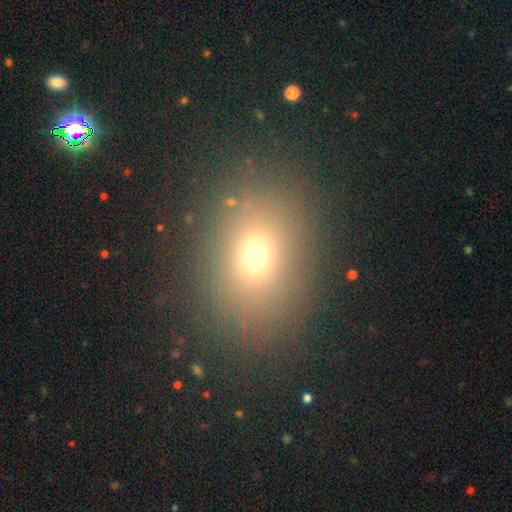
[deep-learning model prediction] Smooth or featured: smooth — 68% (star or artifact — 22%)
How rounded: in between — 52% (round — 47%)
Merging: none — 86% (minor disturbance — 8%)